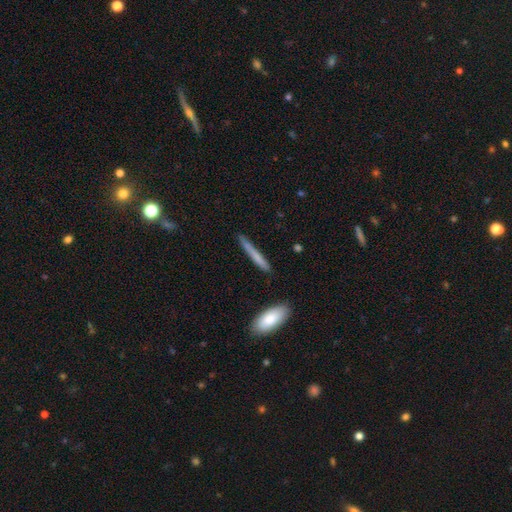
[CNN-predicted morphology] This is likely a smooth galaxy (68%). How rounded: clearly cigar-shaped (95%). Merging: clearly none (83%).